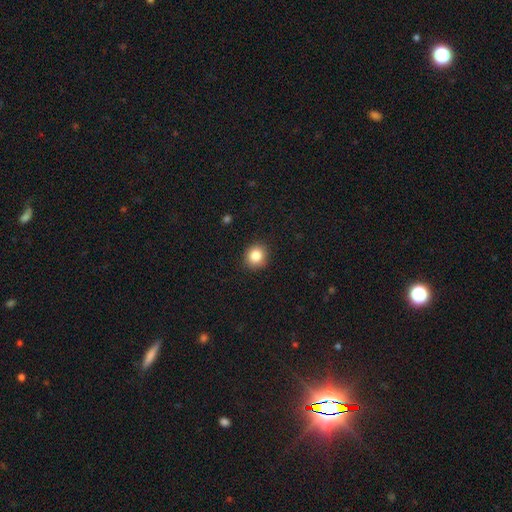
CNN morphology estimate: type=smooth (85%); roundness=round (86%); merging=none (91%).